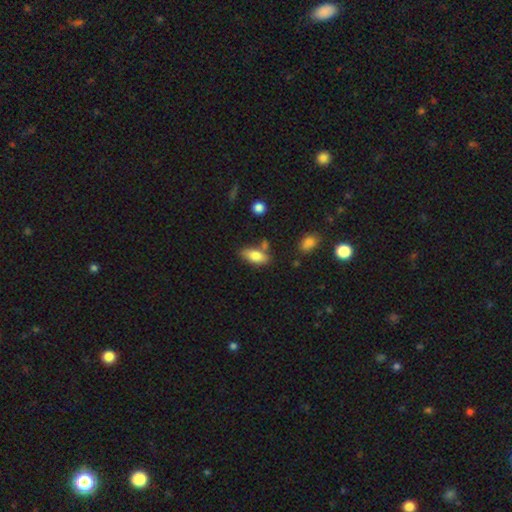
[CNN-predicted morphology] smooth_or_featured: smooth (p=0.79) [alt: featured or disk p=0.13]
how_rounded: in between (p=0.87) [alt: cigar-shaped p=0.10]
merging: none (p=0.65) [alt: minor disturbance p=0.19]